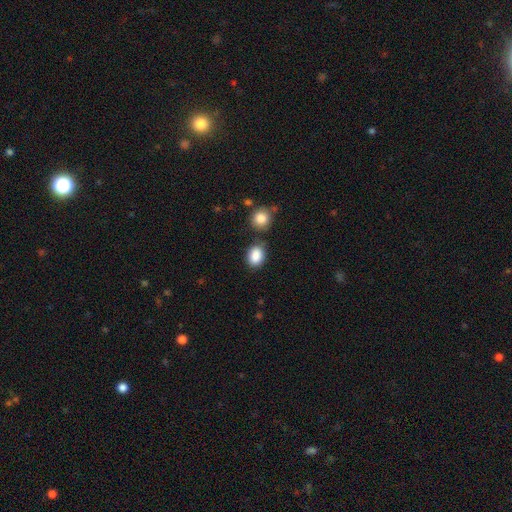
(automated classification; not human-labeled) The model was most divided on "how rounded": in between: 65%, round: 34%, cigar-shaped: 1%. More confident: smooth or featured — smooth (88%); merging — none (72%).